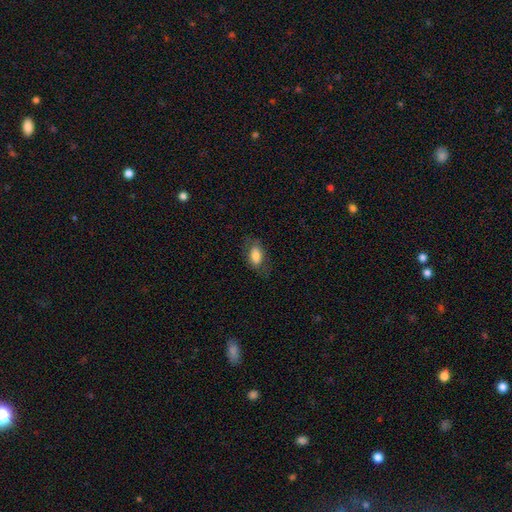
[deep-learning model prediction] A smooth galaxy with no disk features (80%) that is in between round and cigar-shaped (90%). Merging: none (73%).